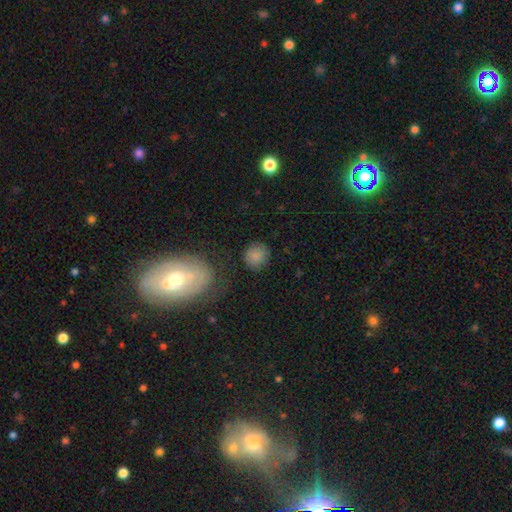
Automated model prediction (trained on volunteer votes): Smooth or featured?
  - smooth: 82% *
  - star or artifact: 11%
  - featured or disk: 7%
How rounded?
  - round: 87% *
  - in between: 12%
  - cigar-shaped: 1%
Merging?
  - none: 79% *
  - minor disturbance: 12%
  - major disturbance: 5%
  - merger: 4%